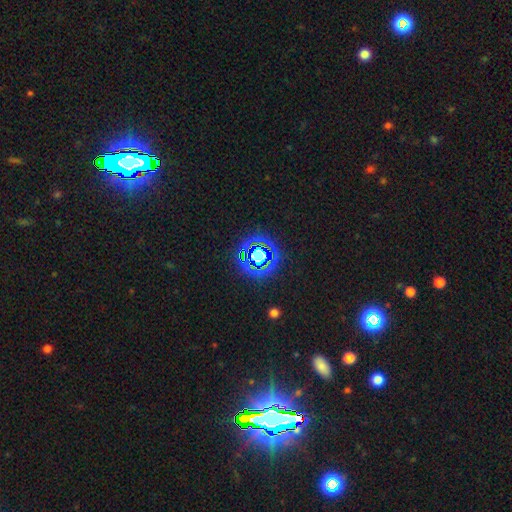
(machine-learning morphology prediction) type=star or artifact (71%).